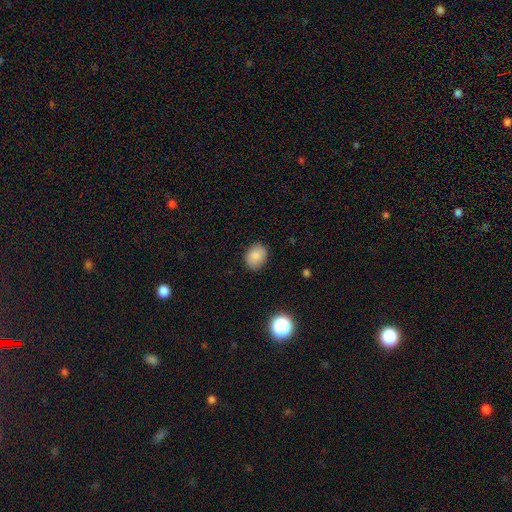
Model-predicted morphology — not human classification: This appears to be a smooth galaxy with no disk features (84%) that is round (52%). Merging: none (86%).